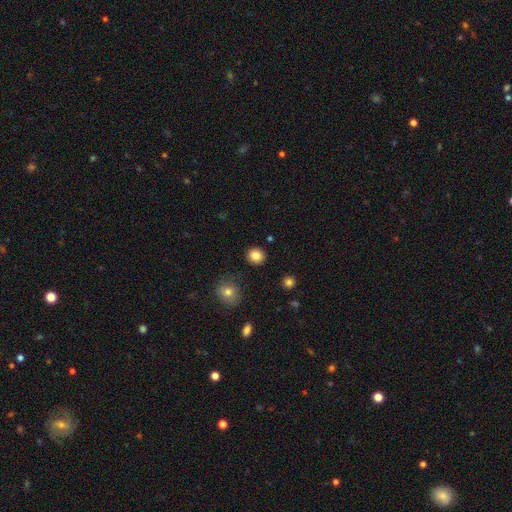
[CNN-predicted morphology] A smooth galaxy with no disk features (84%) that is round (87%).

Vote fractions:
- Smooth or featured? smooth: 84% / star or artifact: 11% / featured or disk: 5%
- How rounded? round: 87% / in between: 12% / cigar-shaped: 1%
- Merging? none: 90% / minor disturbance: 6% / major disturbance: 2% / merger: 2%